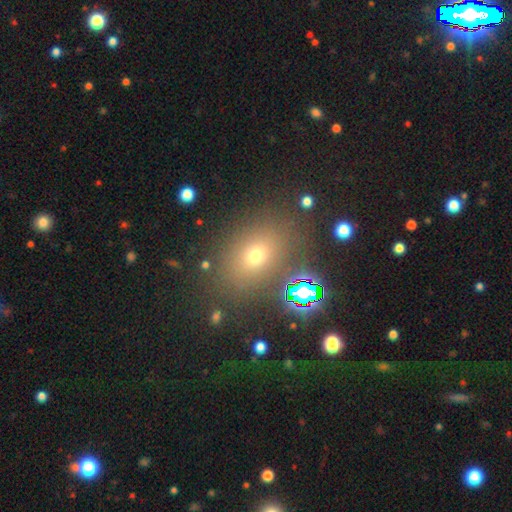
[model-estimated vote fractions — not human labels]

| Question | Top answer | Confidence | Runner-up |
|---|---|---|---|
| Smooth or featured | smooth | 65% | star or artifact (23%) |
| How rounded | in between | 61% | round (37%) |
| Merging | none | 80% | minor disturbance (11%) |